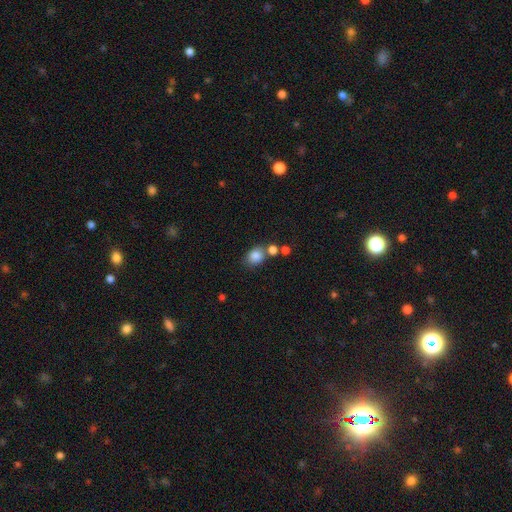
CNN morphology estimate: Smooth or featured? Predicted: smooth (p=0.83). How rounded? Predicted: in between (p=0.54). Merging? Predicted: none (p=0.59).